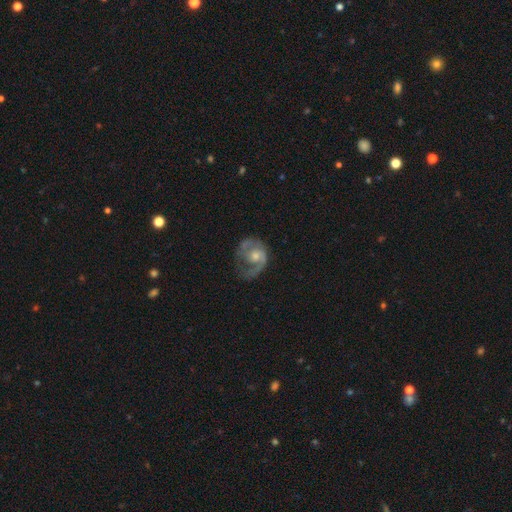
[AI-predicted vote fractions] Overall: featured or disk (76%). Edge-on disk: no (98%). Bar: no (71%). Spiral arms: yes (87%). Spiral arm count: 2 (52%; 1 33%). Spiral winding: medium (46%; tight 29%). Bulge size: moderate (57%; small 31%). Merging: none (49%; major disturbance 26%).